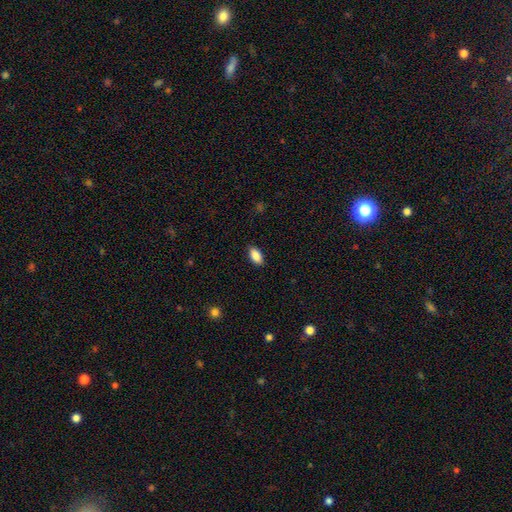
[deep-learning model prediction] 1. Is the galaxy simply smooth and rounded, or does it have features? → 88% smooth, 7% star or artifact, 5% featured or disk.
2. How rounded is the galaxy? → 92% in between, 5% cigar-shaped, 3% round.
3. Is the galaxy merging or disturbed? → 87% none, 10% minor disturbance, 2% major disturbance, 1% merger.